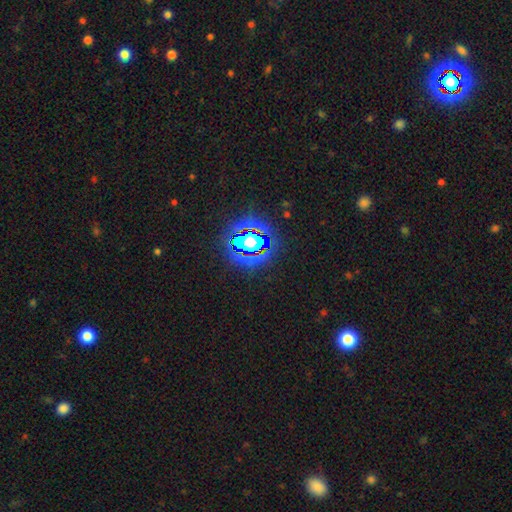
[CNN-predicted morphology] A star or artifact, not a galaxy (83%).

Vote fractions:
- Smooth or featured? star or artifact: 83% / smooth: 10% / featured or disk: 6%